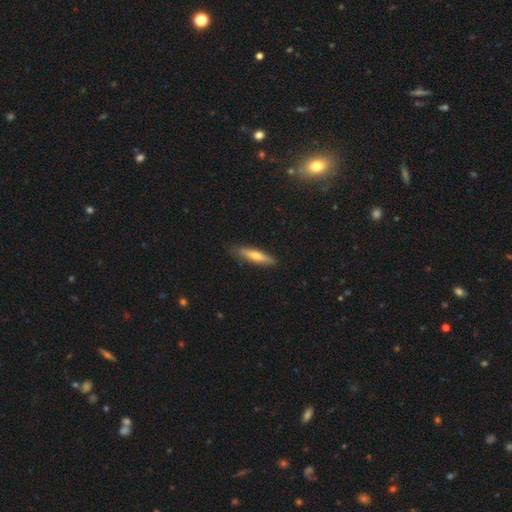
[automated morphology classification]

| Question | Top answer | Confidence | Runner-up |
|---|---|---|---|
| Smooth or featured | smooth | 62% | featured or disk (32%) |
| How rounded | cigar-shaped | 83% | in between (15%) |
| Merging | none | 84% | minor disturbance (12%) |